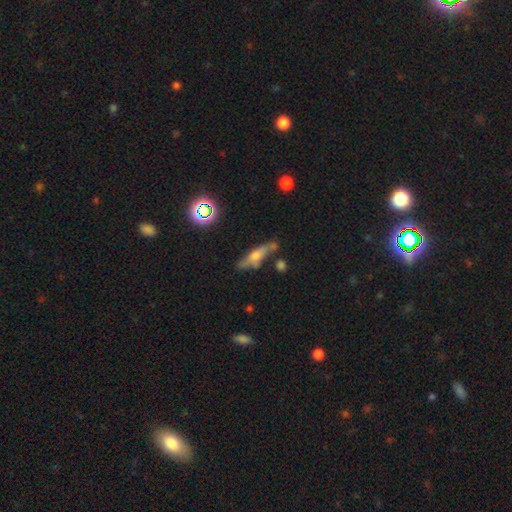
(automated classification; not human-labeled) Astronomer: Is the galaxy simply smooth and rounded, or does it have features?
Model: featured or disk — 45% (runner-up: smooth, 43%).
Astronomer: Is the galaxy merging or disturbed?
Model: none — 63%.